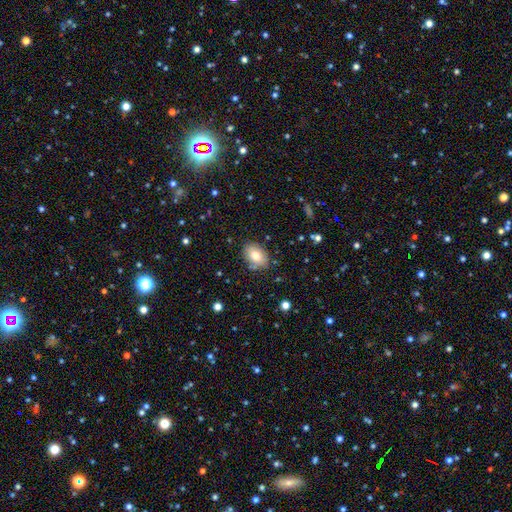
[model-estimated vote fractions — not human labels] A smooth galaxy with no disk features (79%) that is in between round and cigar-shaped (80%).

Vote fractions:
- Smooth or featured? smooth: 79% / featured or disk: 12% / star or artifact: 9%
- How rounded? in between: 80% / round: 19% / cigar-shaped: 1%
- Merging? none: 83% / minor disturbance: 12% / major disturbance: 3% / merger: 3%